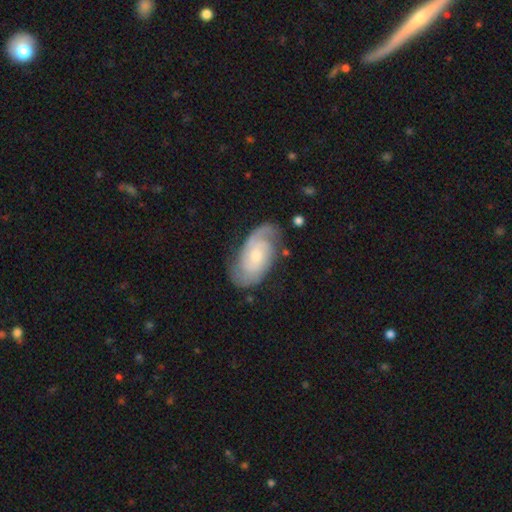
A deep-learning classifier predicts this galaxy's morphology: Smooth or featured? Predicted: featured or disk (p=0.81). Edge-on disk? Predicted: no (p=0.96). Bar? Predicted: no (p=0.64). Spiral arms? Predicted: yes (p=0.96). Spiral winding? Predicted: tight (p=0.53). Spiral arm count? Predicted: 2 (p=0.73). Bulge size? Predicted: small (p=0.51). Merging? Predicted: none (p=0.75).